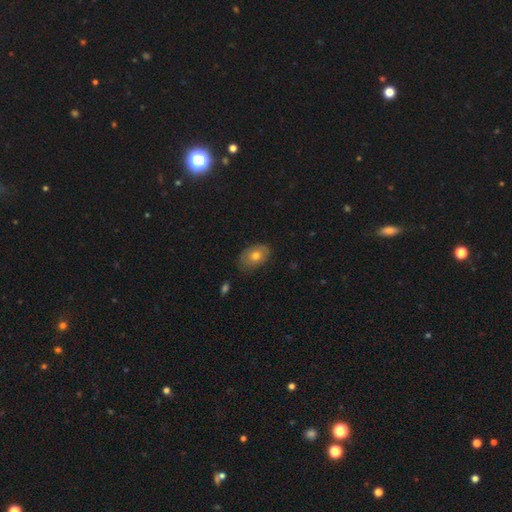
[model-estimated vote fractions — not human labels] Smooth or featured: smooth — 66% (featured or disk — 25%)
How rounded: in between — 82% (round — 17%)
Merging: none — 73% (minor disturbance — 22%)